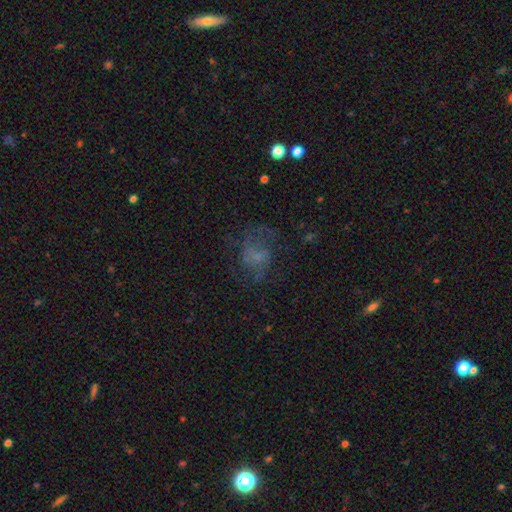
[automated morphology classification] Overall: featured or disk (44%; smooth 36%). Merging: none (51%; major disturbance 28%).